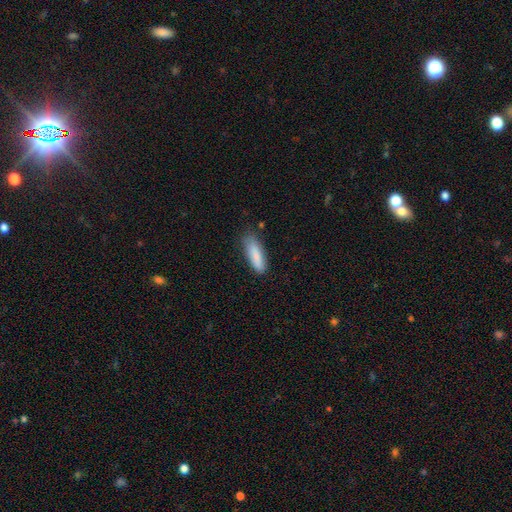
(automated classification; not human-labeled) Smooth or featured: smooth — 86% (featured or disk — 8%)
How rounded: cigar-shaped — 53% (in between — 45%)
Merging: none — 74% (minor disturbance — 20%)